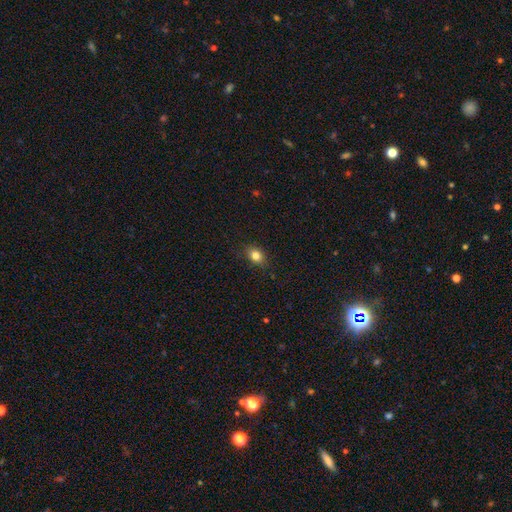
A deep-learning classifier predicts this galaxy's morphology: A smooth galaxy with no disk features (83%) that is in between round and cigar-shaped (64%).

Vote fractions:
- Smooth or featured? smooth: 83% / star or artifact: 10% / featured or disk: 7%
- How rounded? in between: 64% / round: 34% / cigar-shaped: 2%
- Merging? none: 84% / minor disturbance: 13% / major disturbance: 3% / merger: 1%